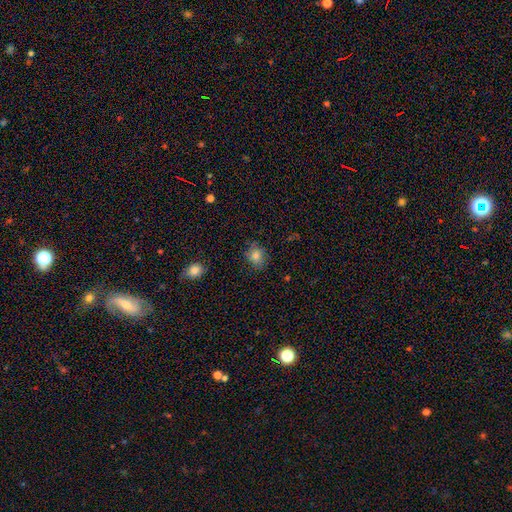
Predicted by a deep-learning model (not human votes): The model was most divided on "how rounded": round: 63%, in between: 36%, cigar-shaped: 1%. More confident: smooth or featured — smooth (82%); merging — none (79%).